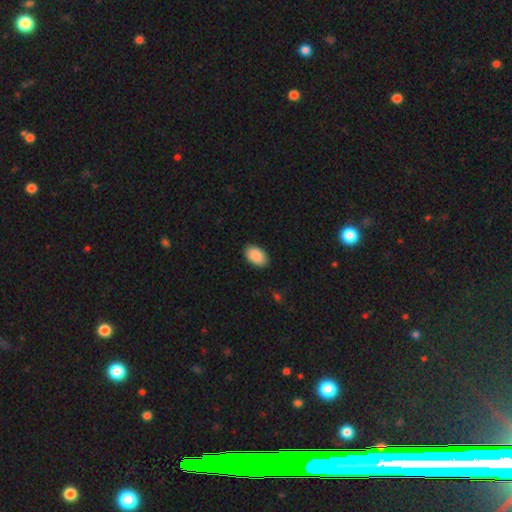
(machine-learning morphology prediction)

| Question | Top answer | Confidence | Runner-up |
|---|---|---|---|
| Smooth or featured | smooth | 90% | star or artifact (6%) |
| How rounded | in between | 93% | round (6%) |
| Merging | none | 89% | minor disturbance (8%) |